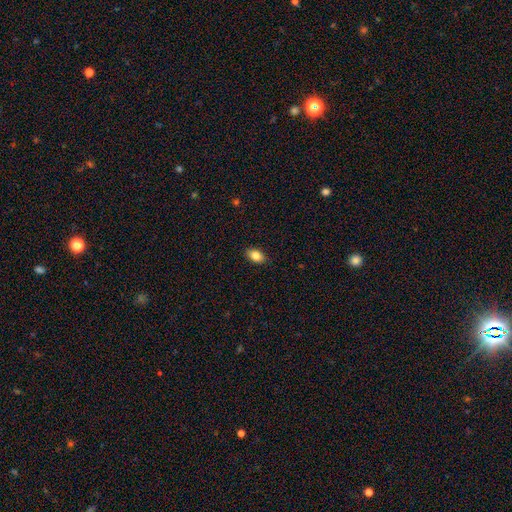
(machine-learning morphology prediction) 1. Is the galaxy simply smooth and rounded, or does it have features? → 83% smooth, 9% featured or disk, 8% star or artifact.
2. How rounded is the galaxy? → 88% in between, 10% round, 2% cigar-shaped.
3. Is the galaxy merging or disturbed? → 89% none, 8% minor disturbance, 2% major disturbance, 1% merger.